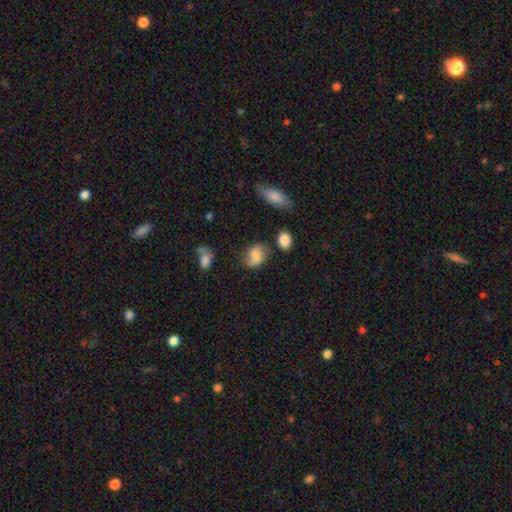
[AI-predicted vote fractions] smooth-or-featured: smooth: 68% | featured or disk: 23% | star or artifact: 10%
  how-rounded: in between: 68% | round: 30% | cigar-shaped: 2%
  merging: none: 61% | minor disturbance: 26% | major disturbance: 8% | merger: 5%